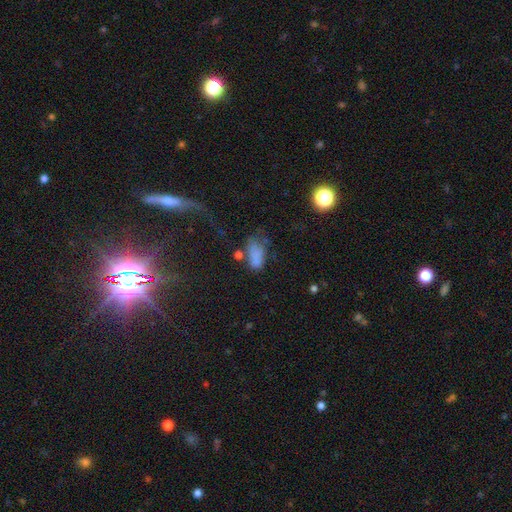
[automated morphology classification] Smooth or featured? Predicted: smooth (p=0.70). How rounded? Predicted: in between (p=0.88). Merging? Predicted: none (p=0.32).